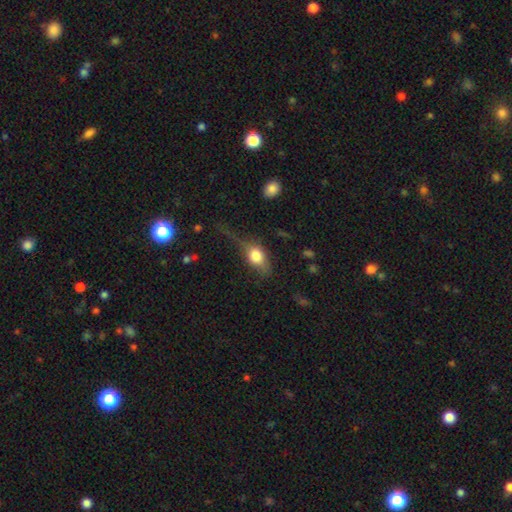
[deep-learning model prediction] This is likely a smooth galaxy (69%). How rounded: likely in between (70%). Merging: marginally none (40%).